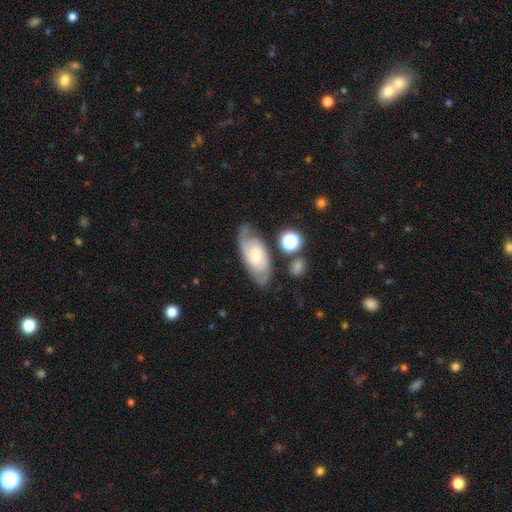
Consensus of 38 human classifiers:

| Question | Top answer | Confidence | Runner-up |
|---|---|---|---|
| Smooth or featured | featured or disk | 82% | smooth (11%) |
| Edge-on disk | no | 100% | — |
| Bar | no | 65% | weak (32%) |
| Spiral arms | yes | 100% | — |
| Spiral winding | tight | 55% | medium (35%) |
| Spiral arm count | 2 | 48% | can't tell (32%) |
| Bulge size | small | 61% | moderate (16%) |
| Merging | none | 77% | major disturbance (11%) |